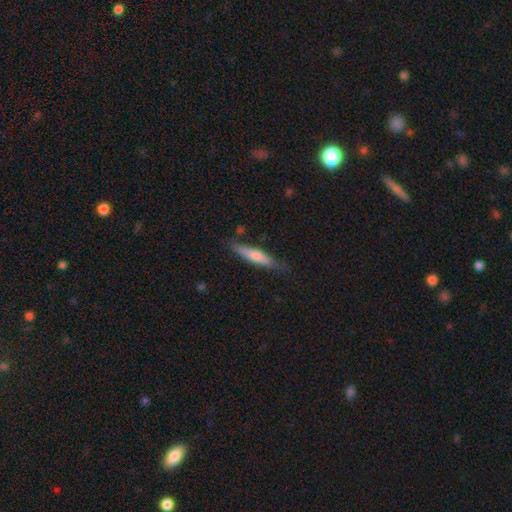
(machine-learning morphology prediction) smooth-or-featured: smooth: 55% | featured or disk: 39% | star or artifact: 6%
  how-rounded: cigar-shaped: 86% | in between: 12% | round: 2%
  merging: none: 79% | minor disturbance: 16% | major disturbance: 3% | merger: 2%